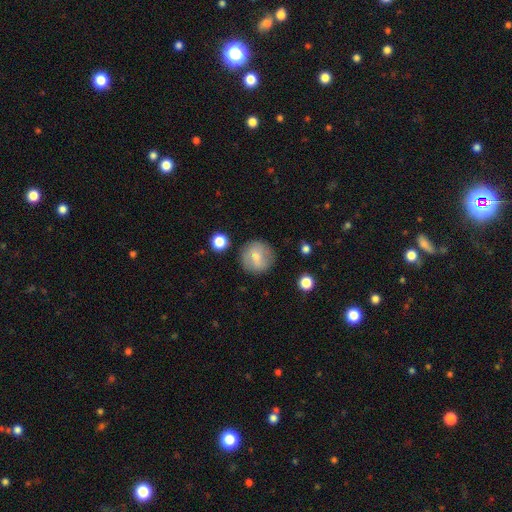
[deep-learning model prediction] A smooth galaxy with no disk features (64%) that is round (92%).

Vote fractions:
- Smooth or featured? smooth: 64% / featured or disk: 27% / star or artifact: 9%
- How rounded? round: 92% / in between: 7% / cigar-shaped: 1%
- Merging? none: 83% / minor disturbance: 11% / major disturbance: 3% / merger: 3%